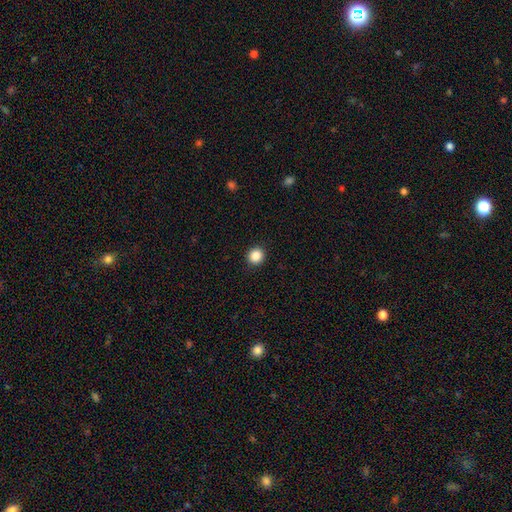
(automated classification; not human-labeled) A smooth galaxy with no disk features (87%) that is round (90%). Merging: none (92%).